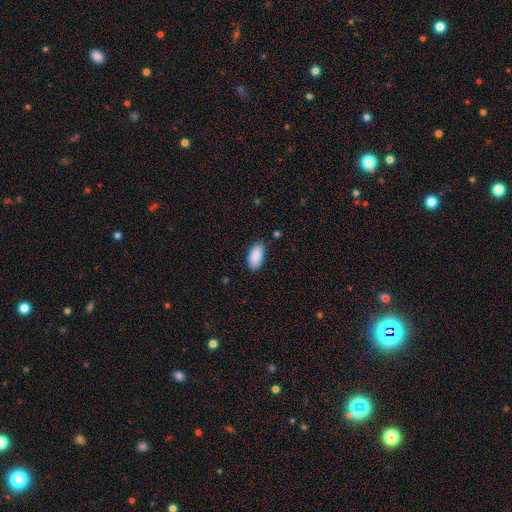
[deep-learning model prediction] smooth-or-featured: smooth: 87% | featured or disk: 7% | star or artifact: 6%
  how-rounded: in between: 93% | cigar-shaped: 5% | round: 2%
  merging: none: 83% | minor disturbance: 13% | major disturbance: 2% | merger: 2%